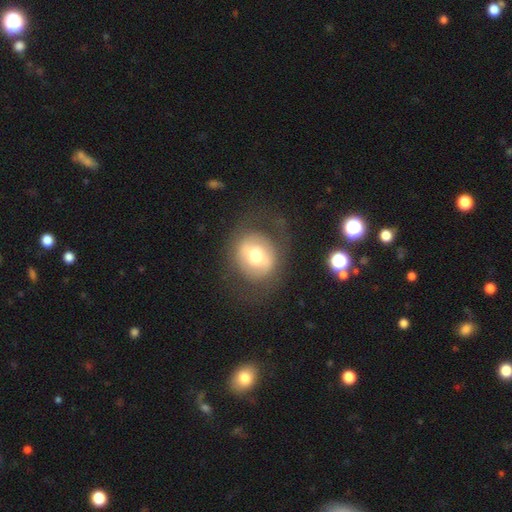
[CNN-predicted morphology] Smooth or featured: smooth — 49% (featured or disk — 43%)
Merging: none — 72% (minor disturbance — 14%)